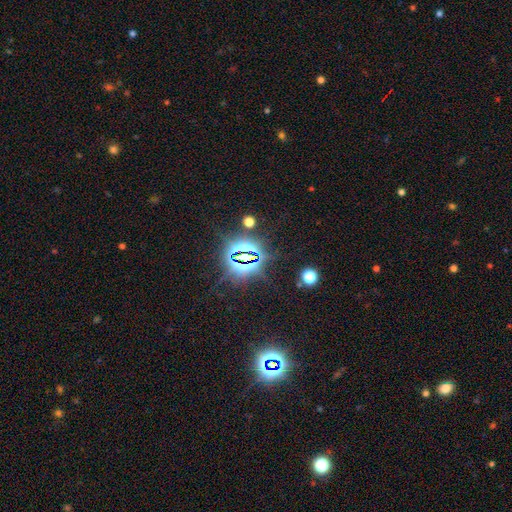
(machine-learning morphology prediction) Smooth or featured? star or artifact (84%)